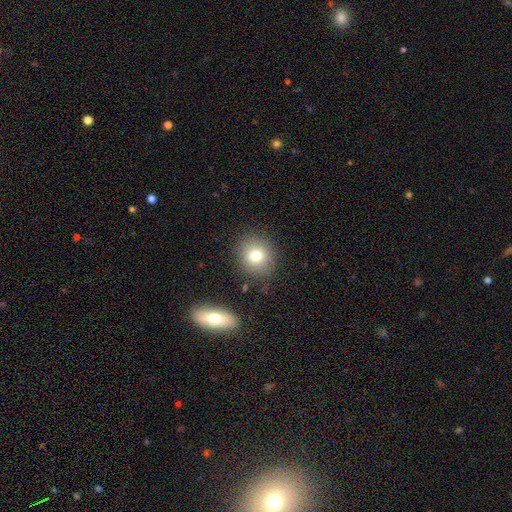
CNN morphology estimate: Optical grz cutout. It shows a smooth galaxy with no disk features (77%) that is round (81%). Merging: none (83%).